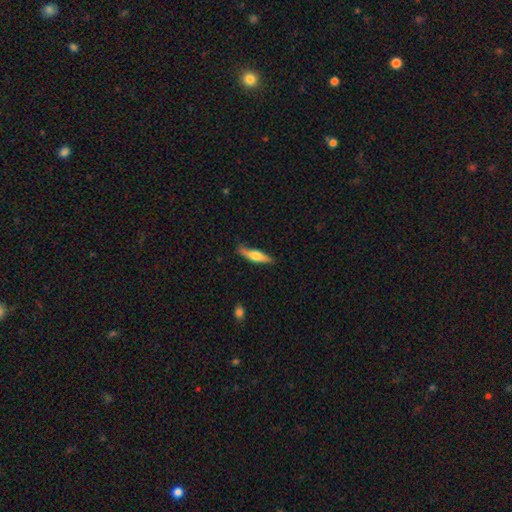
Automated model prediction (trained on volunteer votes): smooth_or_featured: smooth (p=0.57) [alt: featured or disk p=0.37]
how_rounded: cigar-shaped (p=0.72) [alt: in between p=0.26]
merging: none (p=0.74) [alt: minor disturbance p=0.20]